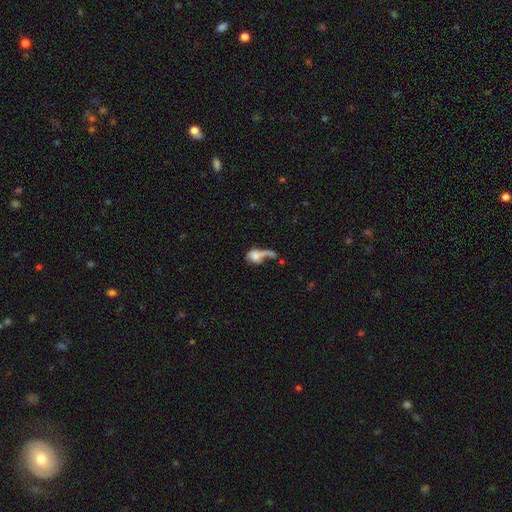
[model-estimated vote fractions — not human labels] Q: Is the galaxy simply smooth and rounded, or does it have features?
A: smooth — 58%.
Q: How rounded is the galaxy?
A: in between — 57%.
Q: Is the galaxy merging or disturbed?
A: major disturbance — 40%.